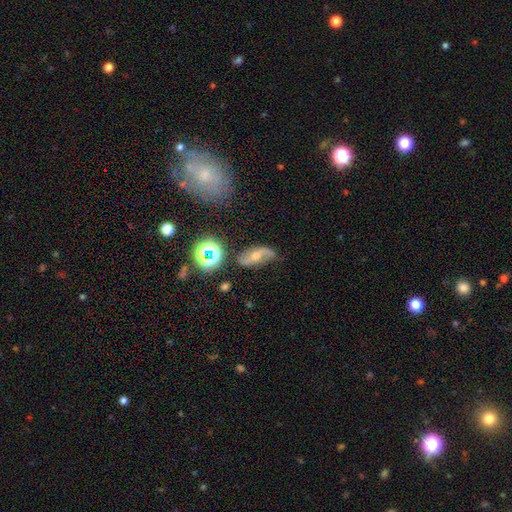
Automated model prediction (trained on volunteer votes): The model was most divided on "bulge size": moderate: 53%, small: 38%, large: 4%, none: 3%, dominant: 1%. More confident: edge-on disk — no (93%); spiral arms — yes (88%); spiral arm count — 2 (80%); smooth or featured — featured or disk (65%); merging — none (64%); spiral winding — loose (59%); bar — no (50%).